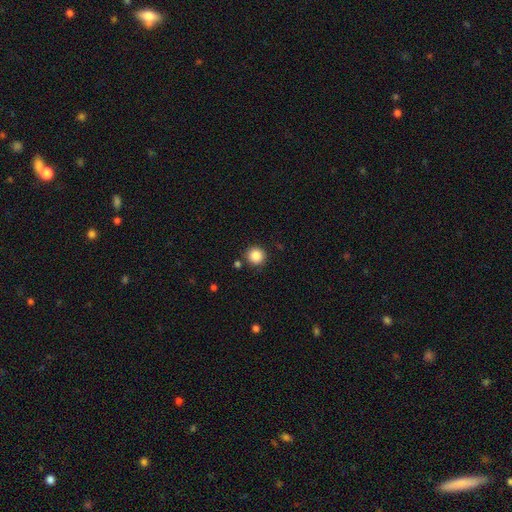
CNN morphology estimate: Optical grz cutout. It shows a smooth galaxy with no disk features (87%) that is round (94%). Merging: none (88%).